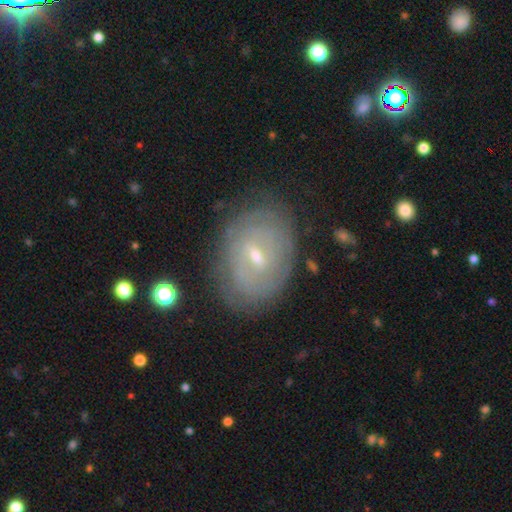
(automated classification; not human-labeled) smooth-or-featured: featured or disk: 70% | smooth: 22% | star or artifact: 8%
  disk-edge-on: no: 95% | yes: 5%
    bar: weak: 57% | no: 27% | strong: 15%
    has-spiral-arms: yes: 72% | no: 28%
    bulge-size: small: 62% | moderate: 34% | large: 1% | none: 1% | dominant: 1%
  merging: none: 79% | minor disturbance: 15% | major disturbance: 5% | merger: 1%